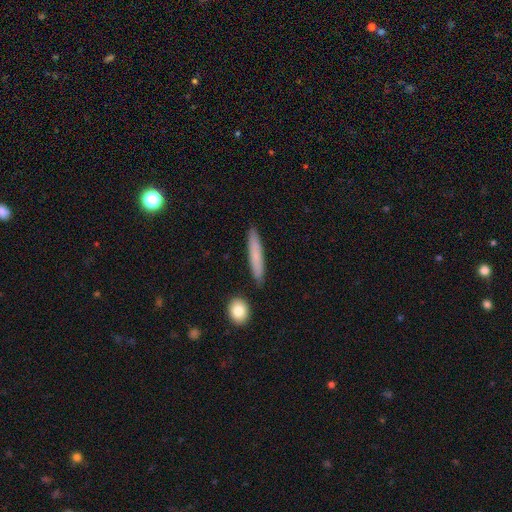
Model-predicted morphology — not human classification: type=smooth (73%); roundness=cigar-shaped (93%); merging=none (88%).